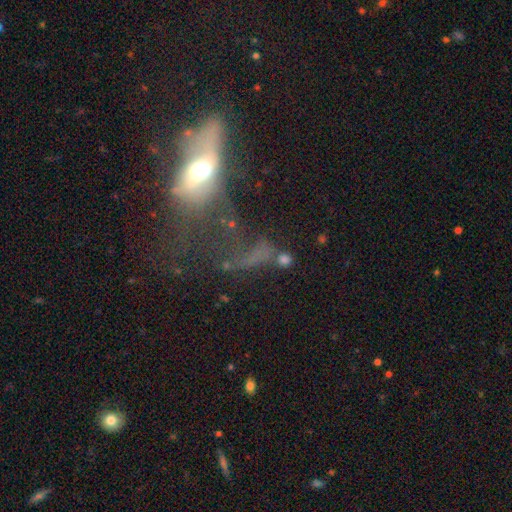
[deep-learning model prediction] Smooth or featured: smooth — 39% (featured or disk — 38%)
Merging: major disturbance — 41% (merger — 25%)